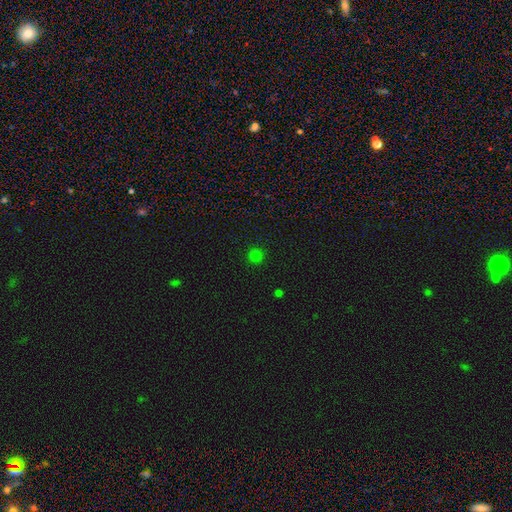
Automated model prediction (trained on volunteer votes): Morphology: type=smooth (77%); roundness=round (95%); merging=none (92%).